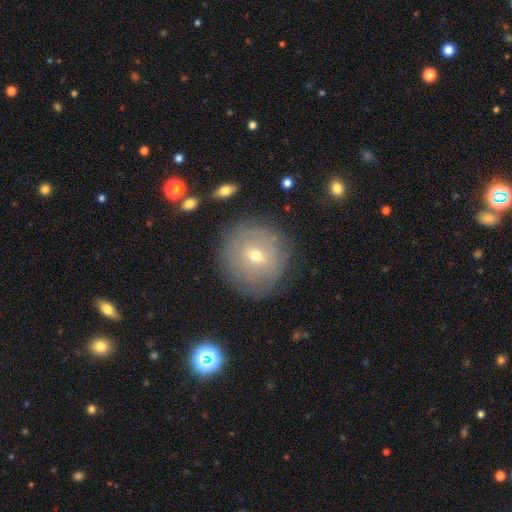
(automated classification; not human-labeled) smooth-or-featured: featured or disk: 45% | smooth: 43% | star or artifact: 11%
  merging: none: 81% | minor disturbance: 13% | major disturbance: 5% | merger: 1%